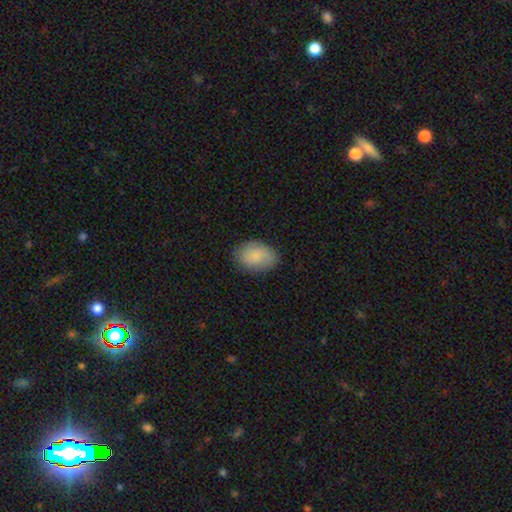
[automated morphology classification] Smooth or featured?
  - smooth: 81% *
  - featured or disk: 12%
  - star or artifact: 7%
How rounded?
  - in between: 82% *
  - round: 17%
  - cigar-shaped: 1%
Merging?
  - none: 83% *
  - minor disturbance: 13%
  - major disturbance: 3%
  - merger: 1%